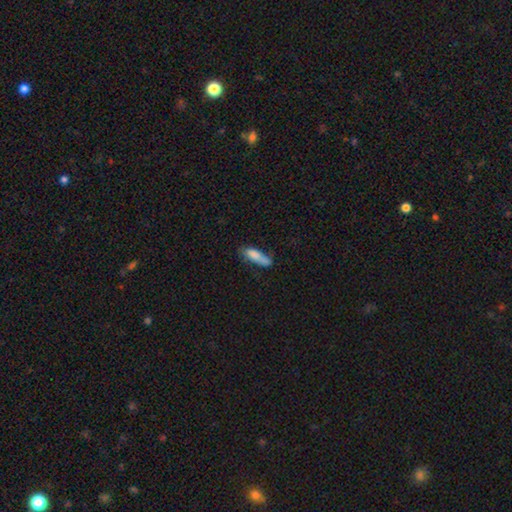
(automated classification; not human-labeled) Smooth or featured? Predicted: smooth (p=0.79). How rounded? Predicted: cigar-shaped (p=0.52). Merging? Predicted: none (p=0.50).